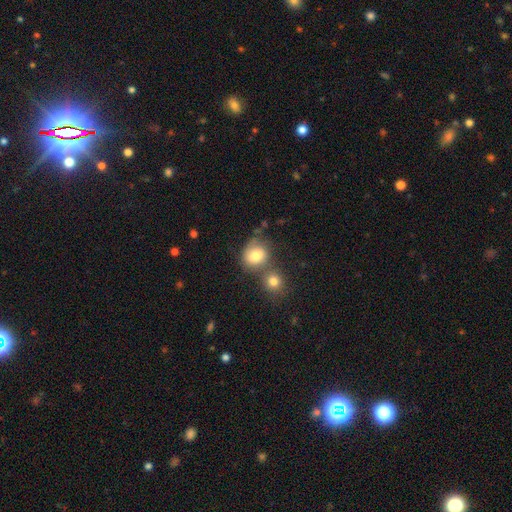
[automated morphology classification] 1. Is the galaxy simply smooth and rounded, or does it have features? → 76% smooth, 14% featured or disk, 10% star or artifact.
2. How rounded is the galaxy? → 75% round, 24% in between, 1% cigar-shaped.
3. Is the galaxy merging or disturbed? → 45% none, 33% merger, 15% minor disturbance, 7% major disturbance.